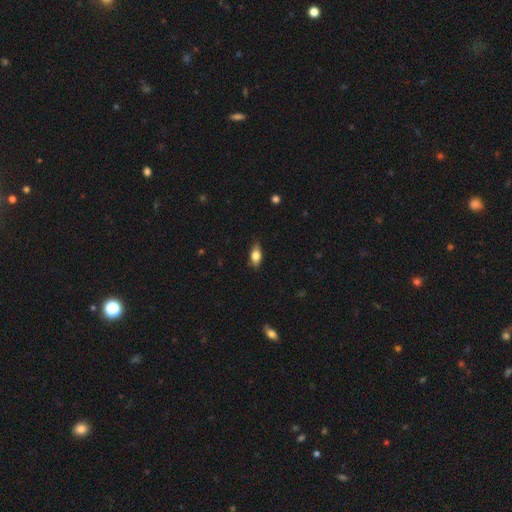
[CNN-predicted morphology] Q: Smooth or featured?
A: smooth (66%); runner-up: featured or disk (27%)
Q: How rounded?
A: in between (79%); runner-up: cigar-shaped (16%)
Q: Merging?
A: none (83%); runner-up: minor disturbance (13%)